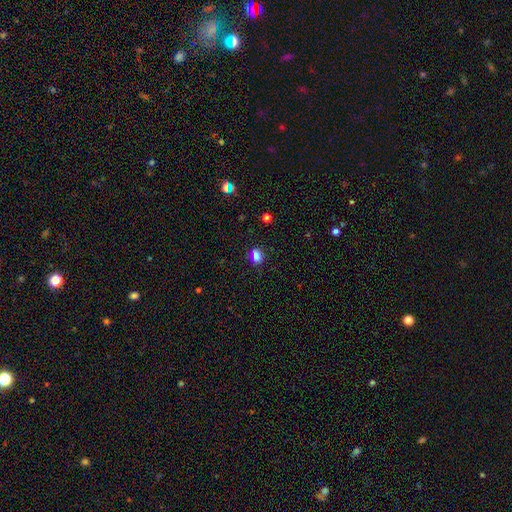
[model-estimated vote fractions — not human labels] Morphology: type=smooth (78%); roundness=in between (62%); merging=none (75%).